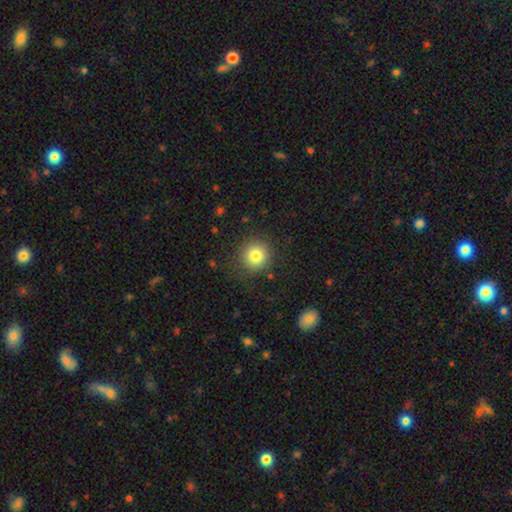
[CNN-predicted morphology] Overall: smooth (81%). How rounded: round (93%). Merging: none (87%).